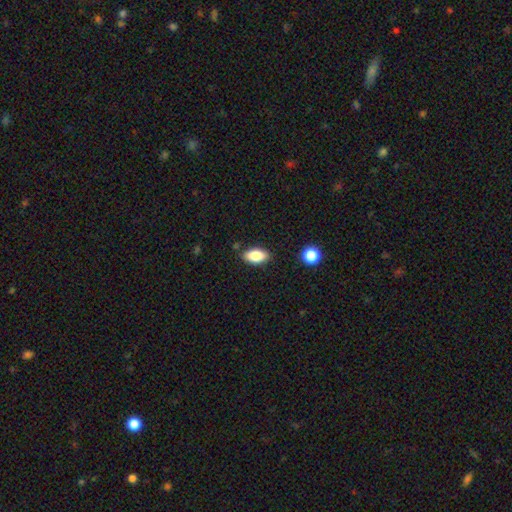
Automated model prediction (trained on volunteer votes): Smooth or featured: smooth — 84% (featured or disk — 8%)
How rounded: in between — 92% (round — 5%)
Merging: none — 85% (minor disturbance — 11%)